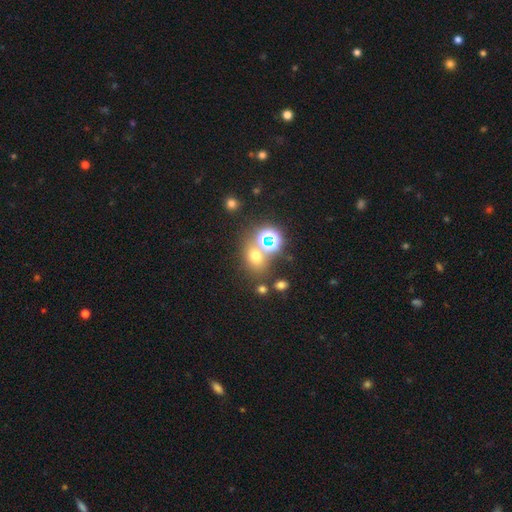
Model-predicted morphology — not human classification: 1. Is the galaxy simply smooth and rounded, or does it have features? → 59% smooth, 32% star or artifact, 10% featured or disk.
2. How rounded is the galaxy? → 56% round, 43% in between, 1% cigar-shaped.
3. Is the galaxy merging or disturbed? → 65% none, 19% merger, 11% minor disturbance, 6% major disturbance.